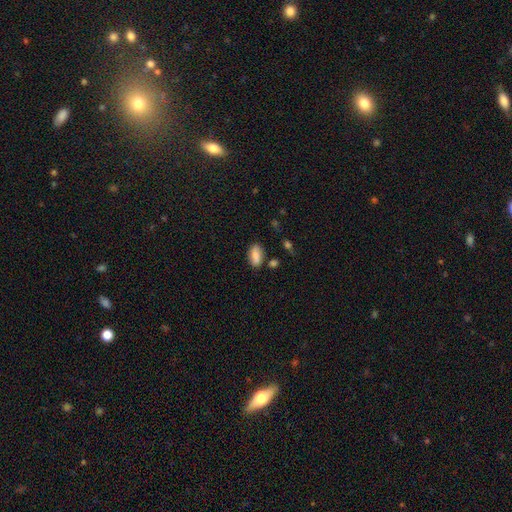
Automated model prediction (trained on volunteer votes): Smooth or featured? smooth (81%)
How rounded? in between (88%)
Merging? none (77%)